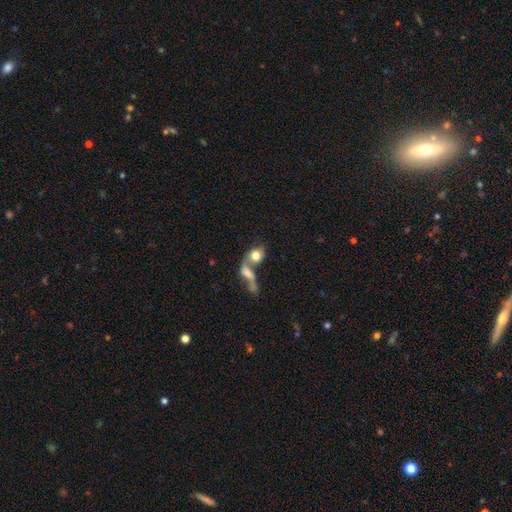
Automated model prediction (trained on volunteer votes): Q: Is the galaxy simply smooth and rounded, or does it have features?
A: smooth — 60%.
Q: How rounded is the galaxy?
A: round — 54%.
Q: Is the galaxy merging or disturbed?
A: merger — 67%.